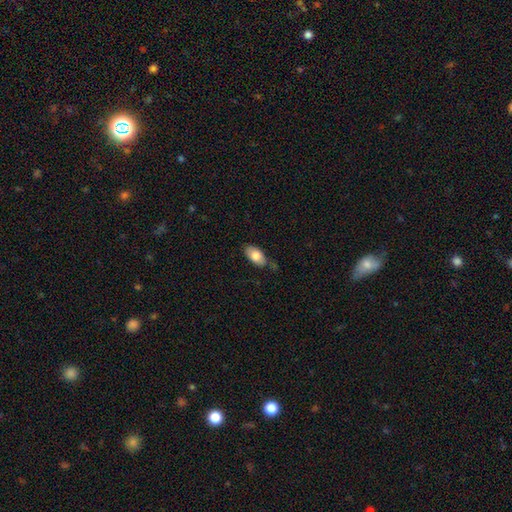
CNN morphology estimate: Overall: smooth (80%). How rounded: in between (93%). Merging: none (69%).